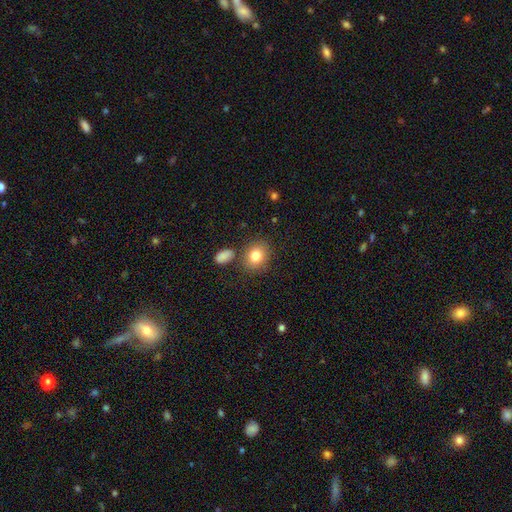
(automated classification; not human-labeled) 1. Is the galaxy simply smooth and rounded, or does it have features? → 82% smooth, 9% star or artifact, 9% featured or disk.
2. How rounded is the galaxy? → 56% round, 43% in between, 1% cigar-shaped.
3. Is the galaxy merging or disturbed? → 77% none, 12% minor disturbance, 7% merger, 4% major disturbance.